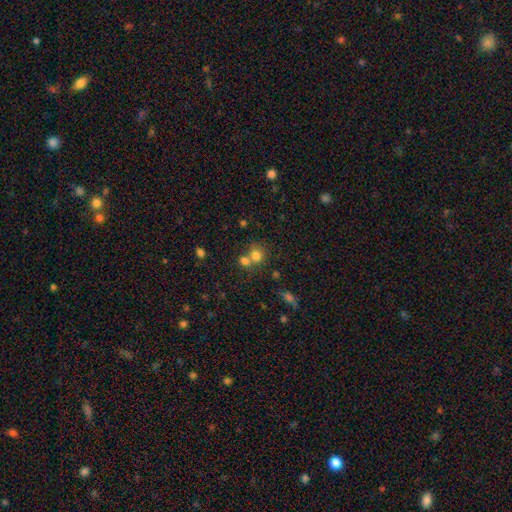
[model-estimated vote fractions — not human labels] This appears to be a smooth galaxy with no disk features (77%) that is round (80%). Merging: merger (46%).